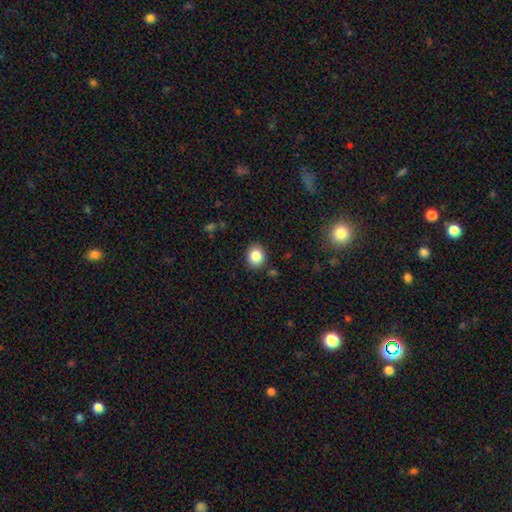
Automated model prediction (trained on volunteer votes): Smooth or featured? Predicted: smooth (p=0.84). How rounded? Predicted: round (p=0.65). Merging? Predicted: none (p=0.87).